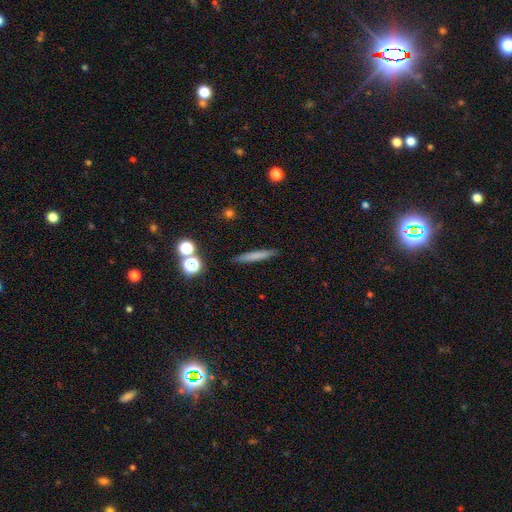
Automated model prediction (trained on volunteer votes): smooth_or_featured: smooth (p=0.68) [alt: featured or disk p=0.23]
how_rounded: cigar-shaped (p=0.93) [alt: in between p=0.05]
merging: none (p=0.89) [alt: minor disturbance p=0.07]